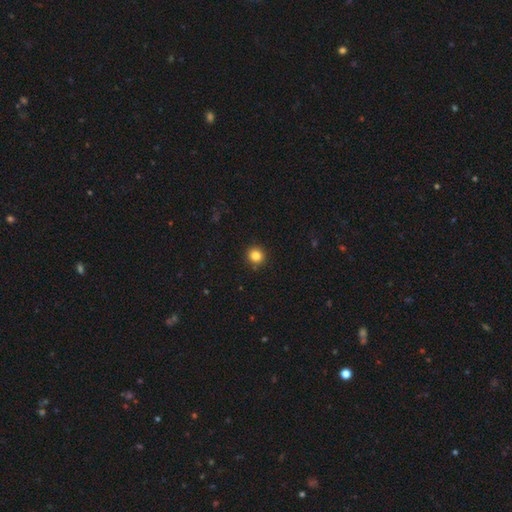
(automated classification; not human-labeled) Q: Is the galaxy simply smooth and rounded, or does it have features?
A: smooth — 84%.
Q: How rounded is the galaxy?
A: round — 91%.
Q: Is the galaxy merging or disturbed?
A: none — 91%.